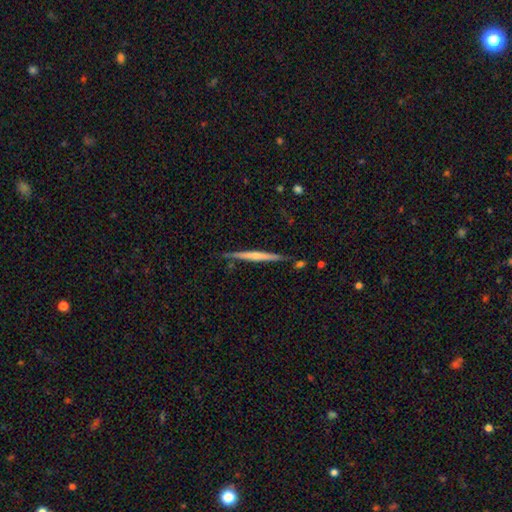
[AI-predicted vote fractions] The model was most divided on "edge-on bulge": none: 48%, rounded: 43%, boxy: 10%. More confident: edge-on disk — yes (97%); merging — none (83%); smooth or featured — featured or disk (60%).